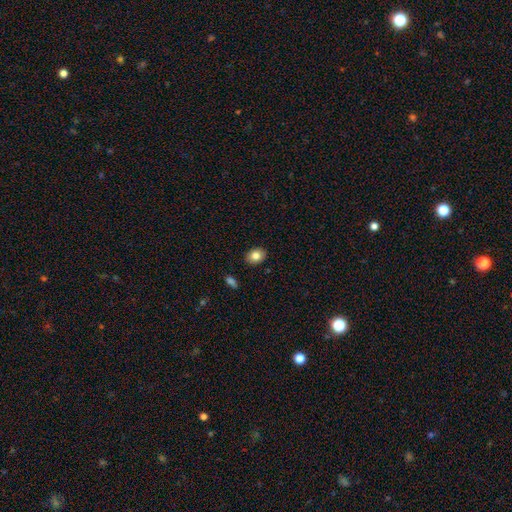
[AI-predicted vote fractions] Smooth or featured? smooth (82%)
How rounded? in between (63%)
Merging? none (89%)